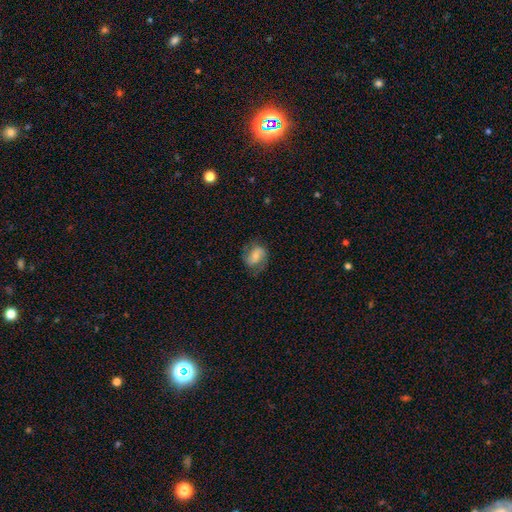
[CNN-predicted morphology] type=featured or disk (55%); edge-on=no (97%); bar=weak (42%); spiral arms=yes (87%); bulge=small (44%); merging=none (67%).